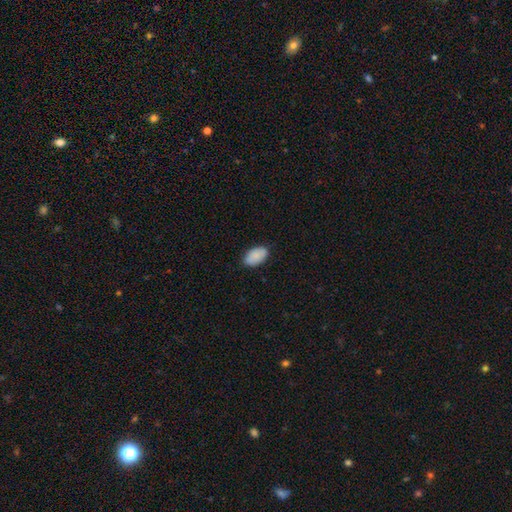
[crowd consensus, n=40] Q: Smooth or featured?
A: smooth (92%); runner-up: star or artifact (8%)
Q: How rounded?
A: in between (89%); runner-up: cigar-shaped (8%)
Q: Merging?
A: none (86%); runner-up: minor disturbance (8%)